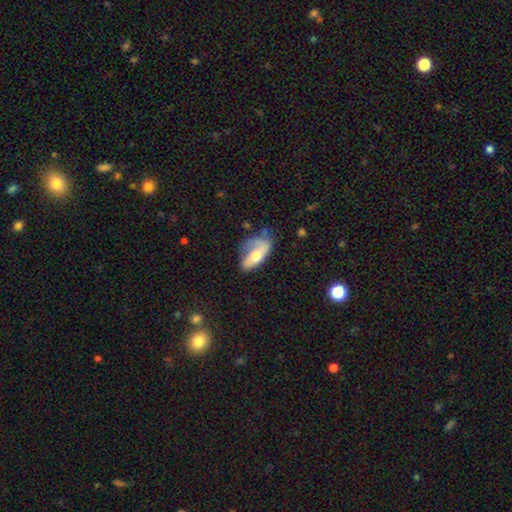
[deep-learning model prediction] A featured or disk galaxy (48%). Merging: none (32%).